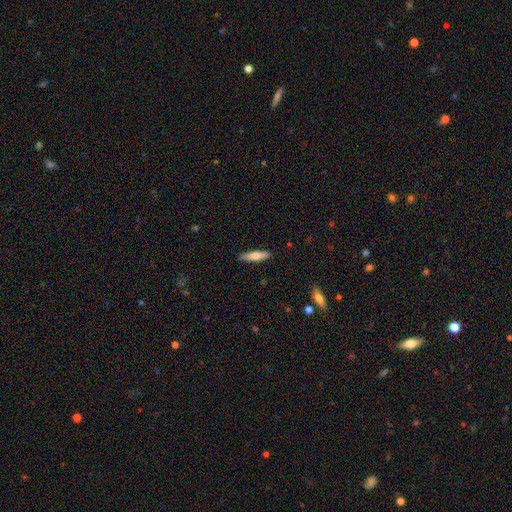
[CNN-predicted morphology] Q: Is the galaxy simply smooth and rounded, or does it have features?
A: smooth — 73%.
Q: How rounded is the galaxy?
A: cigar-shaped — 76%.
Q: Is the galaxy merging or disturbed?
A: none — 87%.